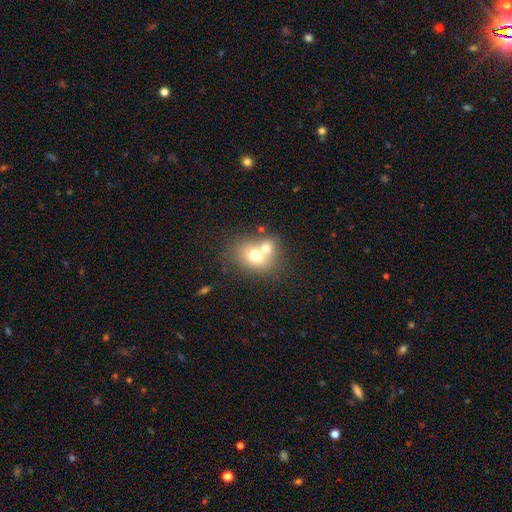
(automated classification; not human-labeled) smooth_or_featured: smooth (p=0.67) [alt: featured or disk p=0.22]
how_rounded: round (p=0.50) [alt: in between p=0.49]
merging: merger (p=0.60) [alt: none p=0.29]